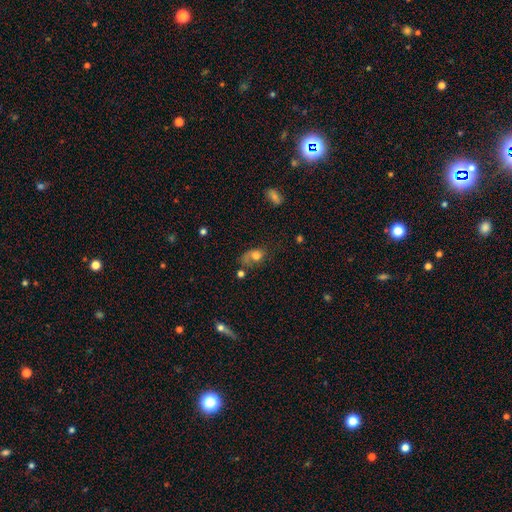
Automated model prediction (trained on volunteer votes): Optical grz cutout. It shows a smooth galaxy with no disk features (63%) that is in between round and cigar-shaped (67%). Merging: major disturbance (35%).